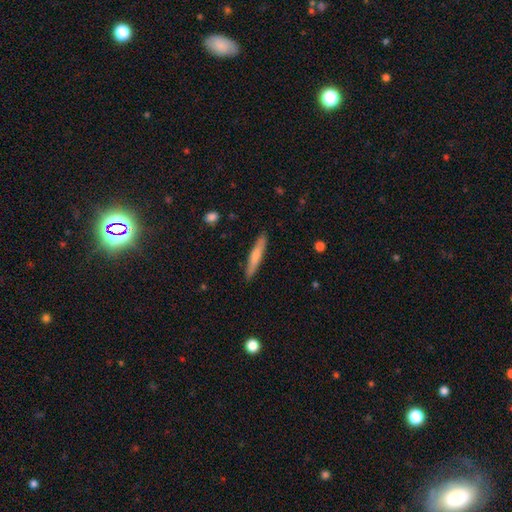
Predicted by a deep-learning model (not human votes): A smooth galaxy with no disk features (68%) that is cigar-shaped (92%).

Vote fractions:
- Smooth or featured? smooth: 68% / featured or disk: 27% / star or artifact: 5%
- How rounded? cigar-shaped: 92% / in between: 6% / round: 1%
- Merging? none: 89% / minor disturbance: 8% / major disturbance: 2% / merger: 1%